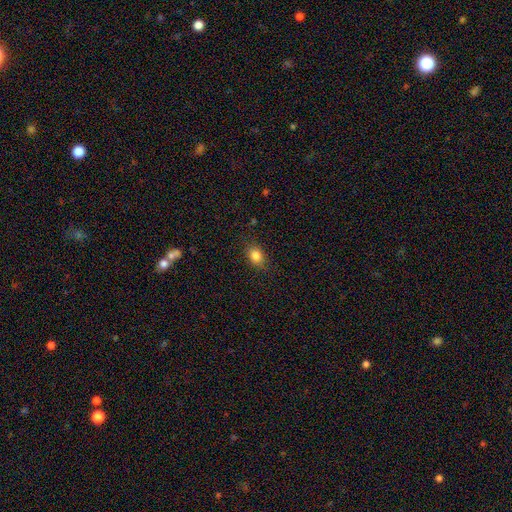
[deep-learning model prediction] Morphology: type=smooth (84%); roundness=in between (69%); merging=none (84%).